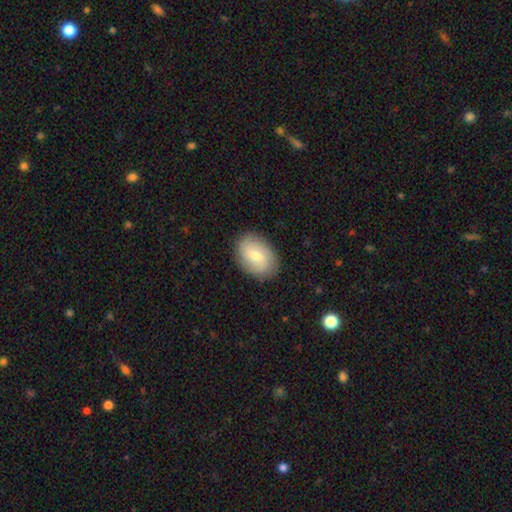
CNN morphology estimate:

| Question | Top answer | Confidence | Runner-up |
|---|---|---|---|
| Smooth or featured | smooth | 59% | featured or disk (34%) |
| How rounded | in between | 81% | round (18%) |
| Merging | none | 86% | minor disturbance (10%) |